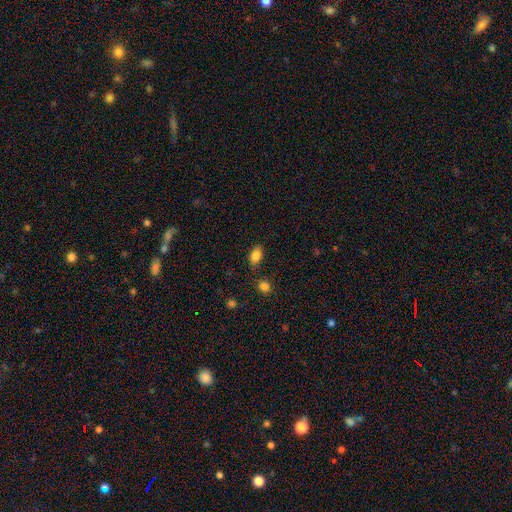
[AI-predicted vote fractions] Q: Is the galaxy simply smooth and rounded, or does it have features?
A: smooth — 85%.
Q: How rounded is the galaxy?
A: in between — 88%.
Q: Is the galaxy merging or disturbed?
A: none — 79%.